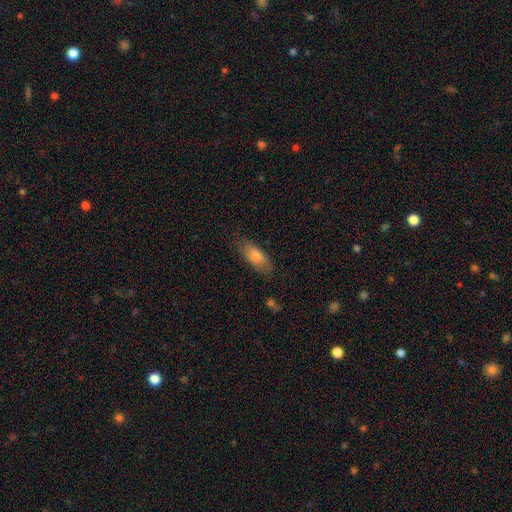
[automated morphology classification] Smooth or featured: smooth — 74% (featured or disk — 19%)
How rounded: in between — 67% (cigar-shaped — 31%)
Merging: none — 78% (minor disturbance — 17%)